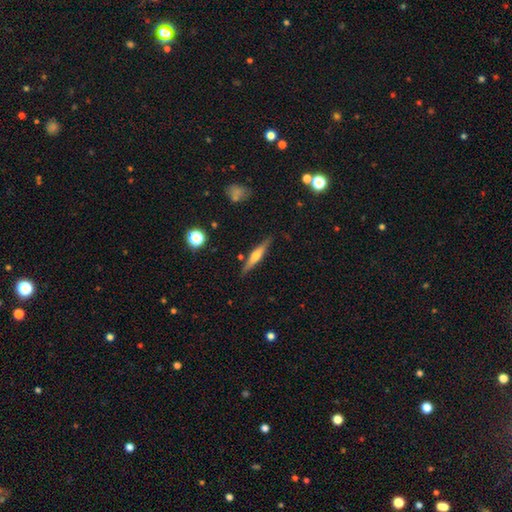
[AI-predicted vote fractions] Q: Smooth or featured?
A: featured or disk (58%); runner-up: smooth (35%)
Q: Edge-on disk?
A: yes (95%); runner-up: no (5%)
Q: Edge-on bulge?
A: rounded (83%); runner-up: none (9%)
Q: Merging?
A: none (85%); runner-up: minor disturbance (10%)